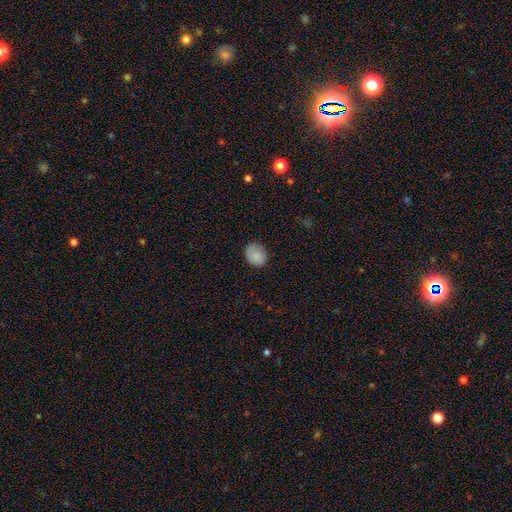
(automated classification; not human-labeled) This appears to be a smooth galaxy with no disk features (86%) that is round (62%). Merging: none (79%).